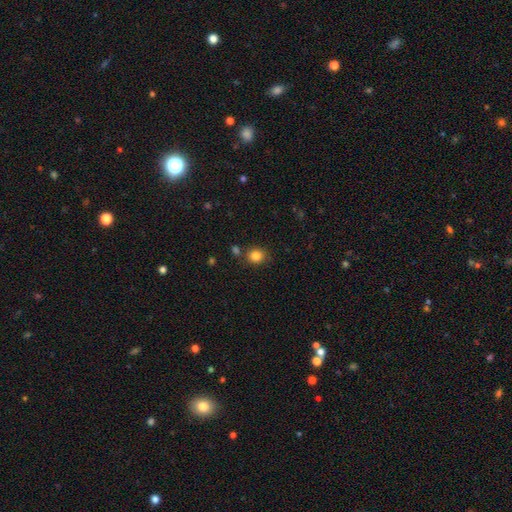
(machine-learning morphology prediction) smooth 84%, star or artifact 11%, featured or disk 5%. Down the decision tree: how rounded — round (77%); merging — none (77%).